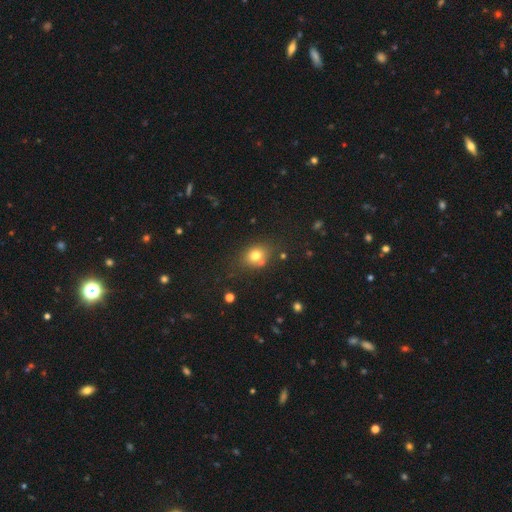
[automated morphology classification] Smooth or featured: smooth — 76% (star or artifact — 14%)
How rounded: round — 61% (in between — 38%)
Merging: none — 68% (minor disturbance — 15%)